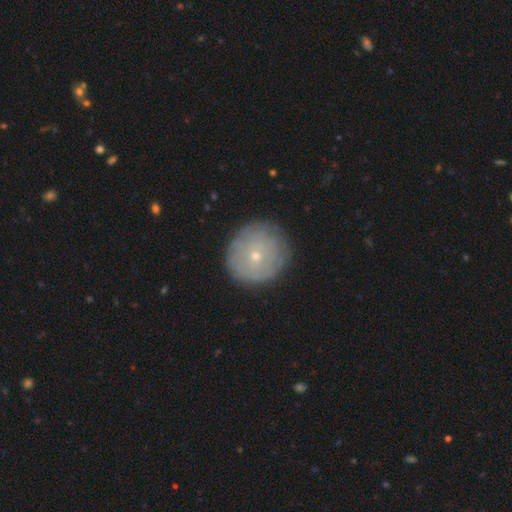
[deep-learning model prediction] Smooth or featured? smooth (52%)
How rounded? round (92%)
Merging? none (85%)